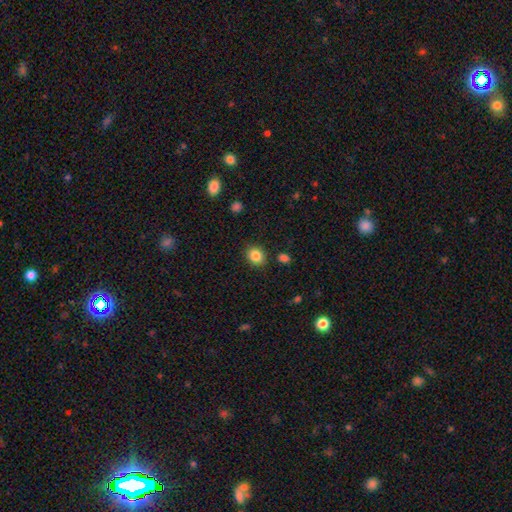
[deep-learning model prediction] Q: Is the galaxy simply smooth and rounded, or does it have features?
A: smooth — 85%.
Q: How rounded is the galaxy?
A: round — 57%.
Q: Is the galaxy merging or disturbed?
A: none — 86%.